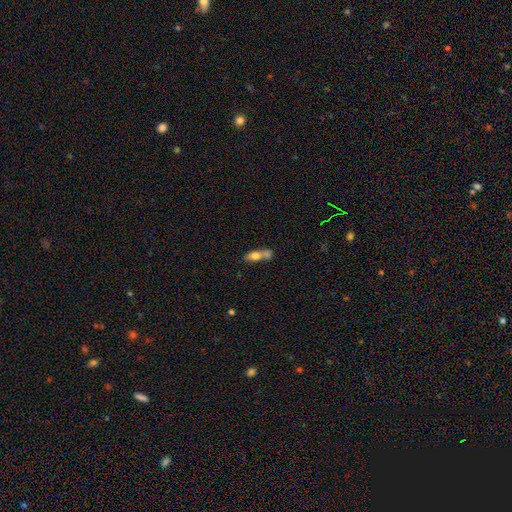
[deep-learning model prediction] smooth 65%, featured or disk 26%, star or artifact 8%. Down the decision tree: how rounded — in between (60%); merging — merger (51%).